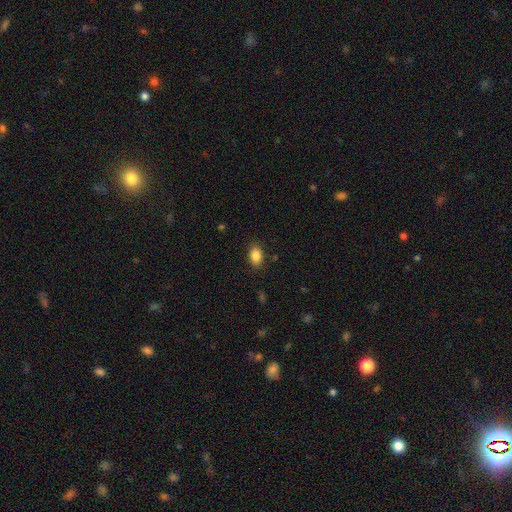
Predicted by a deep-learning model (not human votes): This is clearly a smooth galaxy (87%). How rounded: clearly in between (85%). Merging: clearly none (85%).